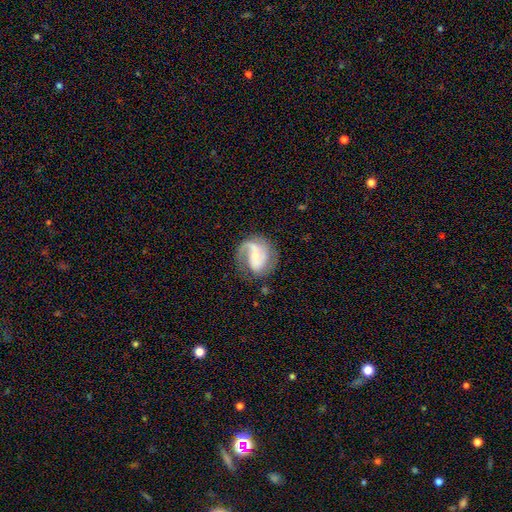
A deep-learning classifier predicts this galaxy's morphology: Smooth or featured: featured or disk — 83% (smooth — 11%)
Edge-on disk: no — 98% (yes — 2%)
Bar: no — 44% (weak — 38%)
Spiral arms: yes — 96% (no — 4%)
Spiral winding: medium — 46% (loose — 32%)
Spiral arm count: 2 — 58% (1 — 33%)
Bulge size: small — 57% (moderate — 36%)
Merging: none — 64% (minor disturbance — 19%)